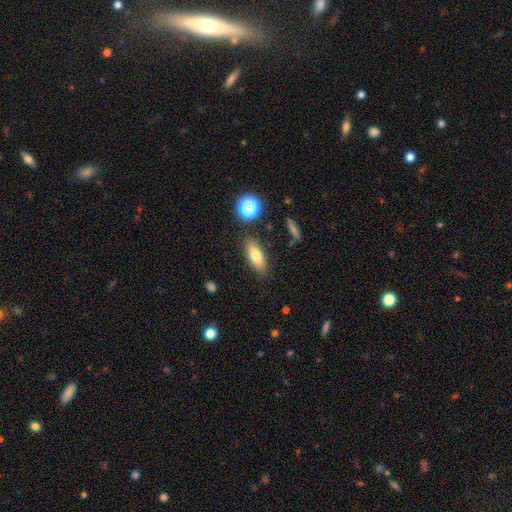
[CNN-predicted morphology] smooth-or-featured: smooth: 73% | featured or disk: 17% | star or artifact: 10%
  how-rounded: in between: 71% | cigar-shaped: 23% | round: 5%
  merging: none: 83% | minor disturbance: 11% | merger: 3% | major disturbance: 3%